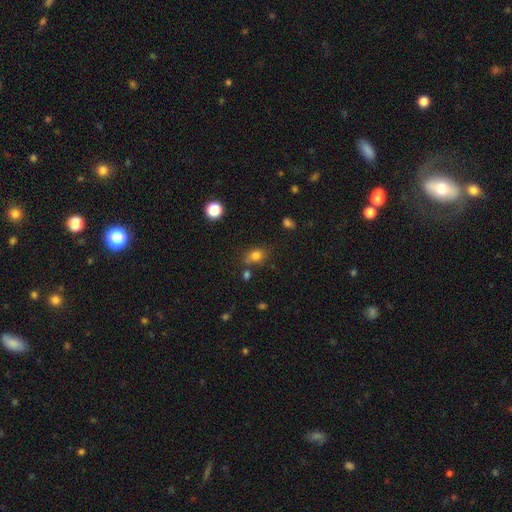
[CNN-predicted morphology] Overall: smooth (79%). How rounded: in between (56%; round 42%). Merging: none (64%).